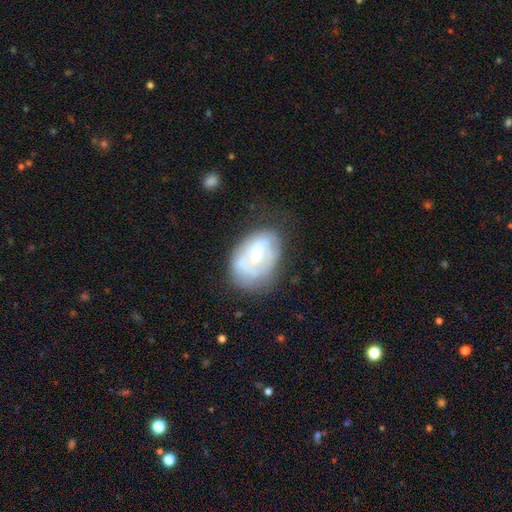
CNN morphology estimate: featured or disk 58%, smooth 34%, star or artifact 8%. Down the decision tree: edge-on disk — no (96%); bar — no (79%); spiral arms — no (56%); bulge size — small (62%); merging — none (58%).